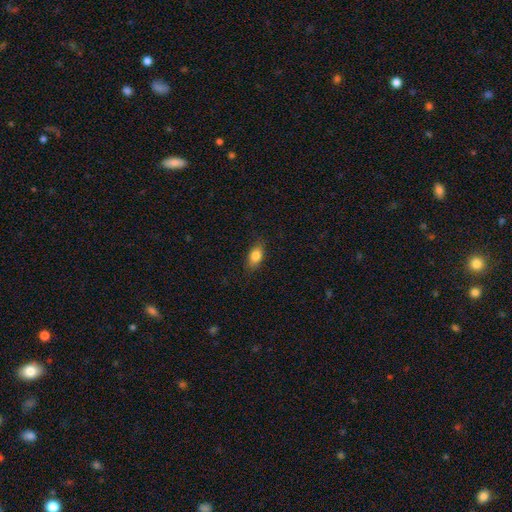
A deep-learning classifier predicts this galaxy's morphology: smooth_or_featured: smooth (p=0.83) [alt: featured or disk p=0.09]
how_rounded: in between (p=0.83) [alt: round p=0.11]
merging: none (p=0.81) [alt: minor disturbance p=0.14]